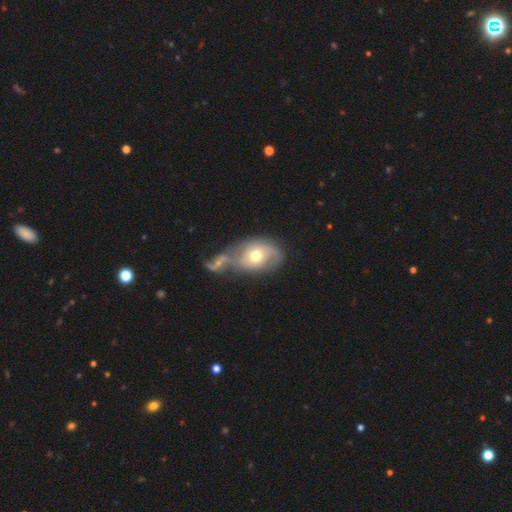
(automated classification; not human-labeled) Morphology: type=featured or disk (55%); edge-on=no (95%); bar=no (75%); spiral arms=yes (67%); bulge=moderate (72%); merging=merger (58%).